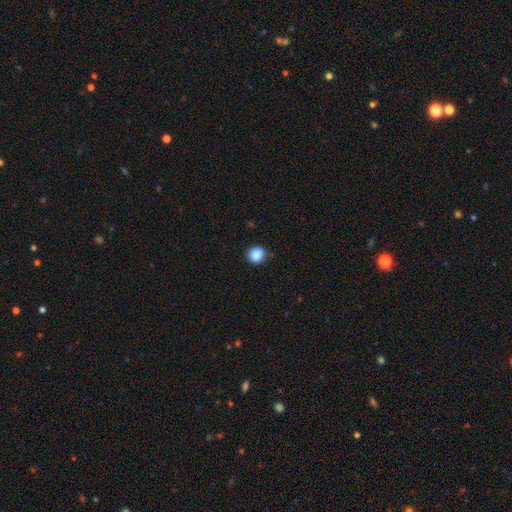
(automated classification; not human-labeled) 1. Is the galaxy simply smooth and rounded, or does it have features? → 88% smooth, 10% star or artifact, 3% featured or disk.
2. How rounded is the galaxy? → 90% round, 9% in between, 1% cigar-shaped.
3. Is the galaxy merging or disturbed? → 88% none, 9% minor disturbance, 2% major disturbance, 1% merger.